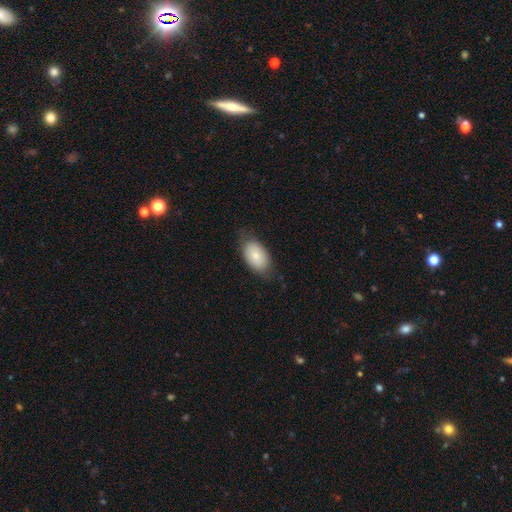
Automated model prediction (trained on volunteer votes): This appears to be a smooth galaxy with no disk features (81%) that is in between round and cigar-shaped (92%). Merging: none (71%).